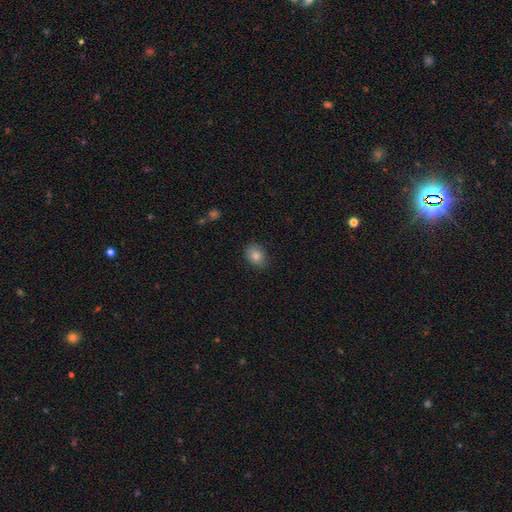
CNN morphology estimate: The model was most divided on "how rounded": in between: 65%, round: 34%, cigar-shaped: 1%. More confident: merging — none (83%); smooth or featured — smooth (81%).